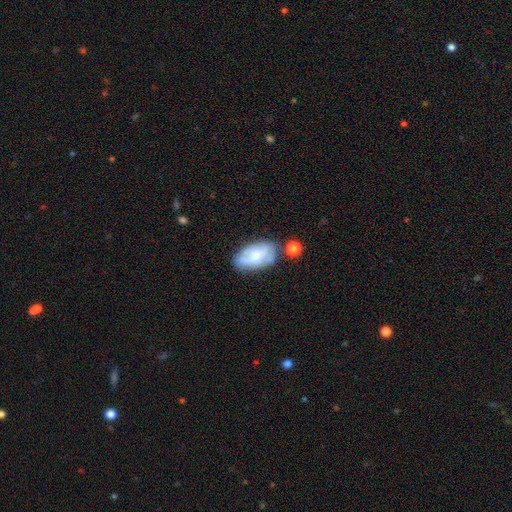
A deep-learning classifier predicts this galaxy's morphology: smooth_or_featured: smooth (p=0.57) [alt: featured or disk p=0.36]
how_rounded: in between (p=0.93) [alt: round p=0.04]
merging: none (p=0.56) [alt: minor disturbance p=0.25]